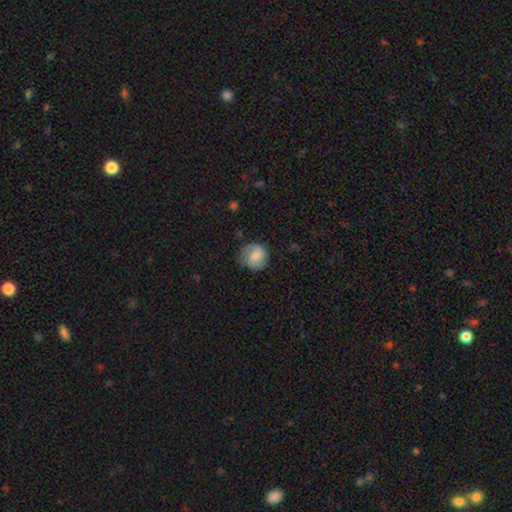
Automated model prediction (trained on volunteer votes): Smooth or featured? Predicted: smooth (p=0.65). How rounded? Predicted: round (p=0.88). Merging? Predicted: none (p=0.71).